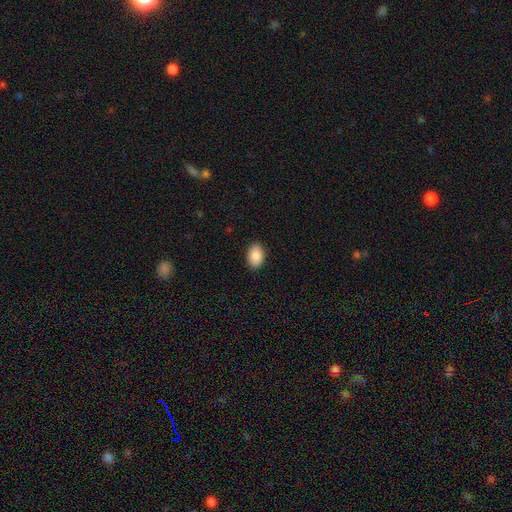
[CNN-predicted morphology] Smooth or featured?
  - smooth: 87% *
  - star or artifact: 7%
  - featured or disk: 6%
How rounded?
  - in between: 85% *
  - round: 14%
  - cigar-shaped: 1%
Merging?
  - none: 90% *
  - minor disturbance: 7%
  - major disturbance: 2%
  - merger: 1%